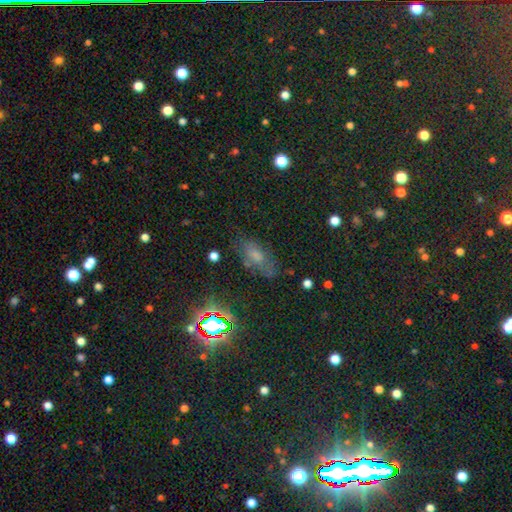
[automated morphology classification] smooth_or_featured: smooth (p=0.46) [alt: star or artifact p=0.35]
merging: none (p=0.70) [alt: minor disturbance p=0.19]